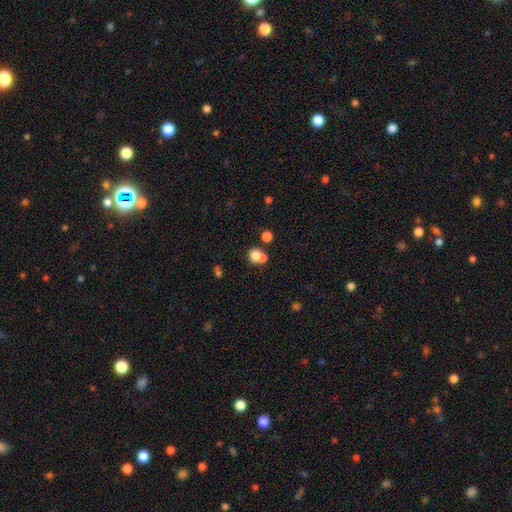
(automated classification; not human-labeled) Morphology: type=smooth (76%); roundness=round (79%); merging=merger (50%).